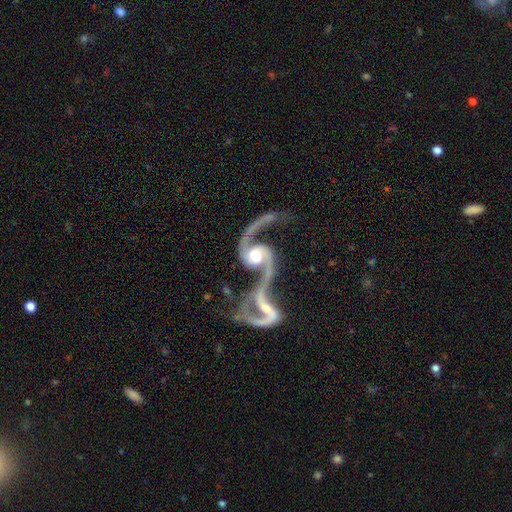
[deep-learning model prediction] featured or disk 90%, smooth 5%, star or artifact 5%. Down the decision tree: edge-on disk — no (97%); bar — no (53%); spiral arms — yes (96%); spiral arm count — 2 (89%); spiral winding — loose (62%); bulge size — moderate (65%); merging — merger (68%).